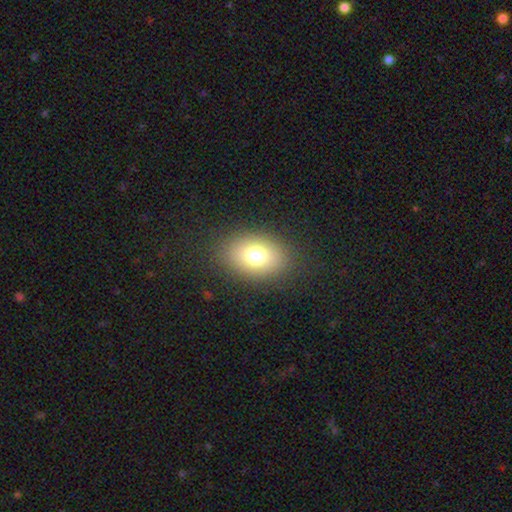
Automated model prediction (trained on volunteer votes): Smooth or featured? Predicted: smooth (p=0.74). How rounded? Predicted: in between (p=0.72). Merging? Predicted: none (p=0.85).